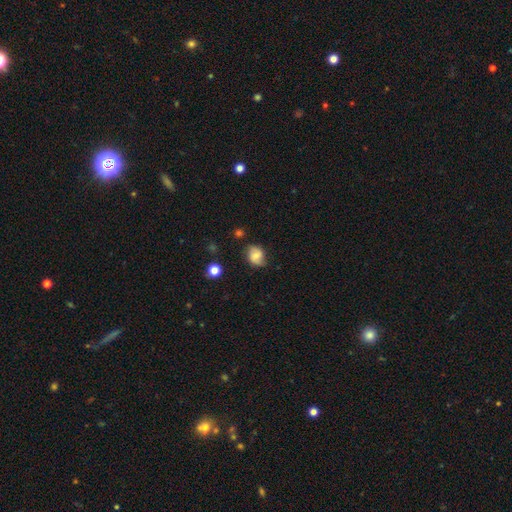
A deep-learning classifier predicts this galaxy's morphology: A smooth galaxy with no disk features (55%) that is in between round and cigar-shaped (50%). Merging: none (69%).